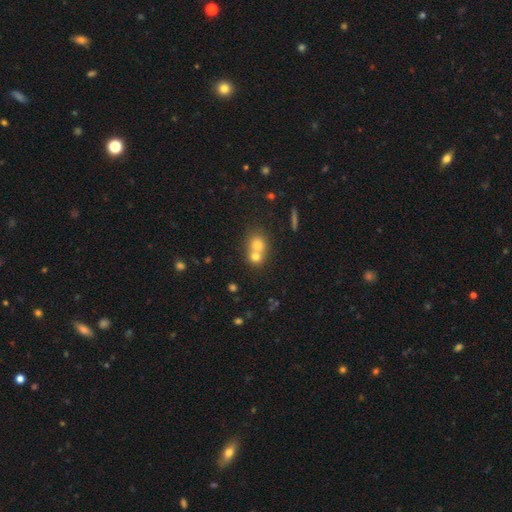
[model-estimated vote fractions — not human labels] Smooth or featured? smooth (66%)
How rounded? round (75%)
Merging? merger (57%)